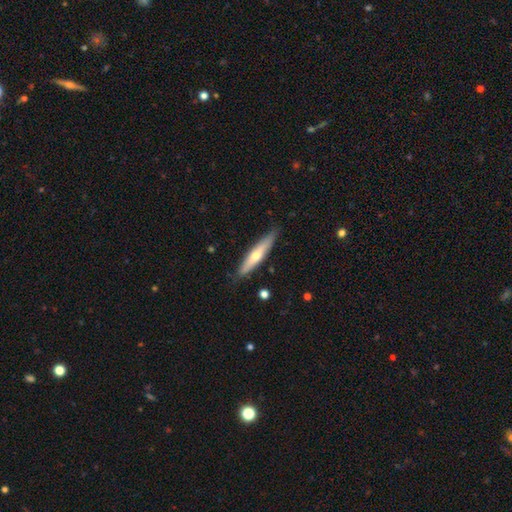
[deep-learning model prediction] Smooth or featured? Predicted: smooth (p=0.50). How rounded? Predicted: cigar-shaped (p=0.86). Merging? Predicted: none (p=0.84).